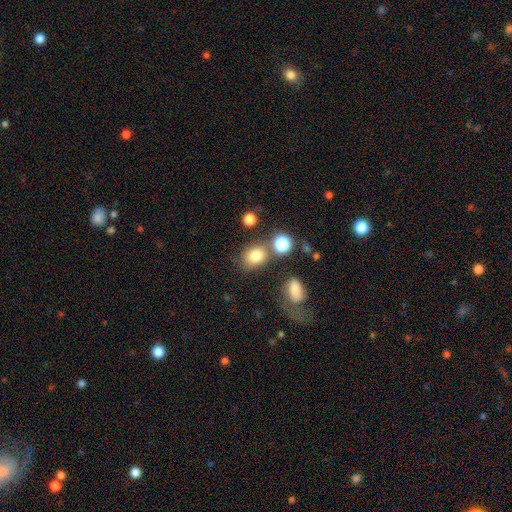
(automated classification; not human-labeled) smooth_or_featured: smooth (p=0.78) [alt: star or artifact p=0.13]
how_rounded: in between (p=0.54) [alt: round p=0.45]
merging: none (p=0.63) [alt: merger p=0.15]